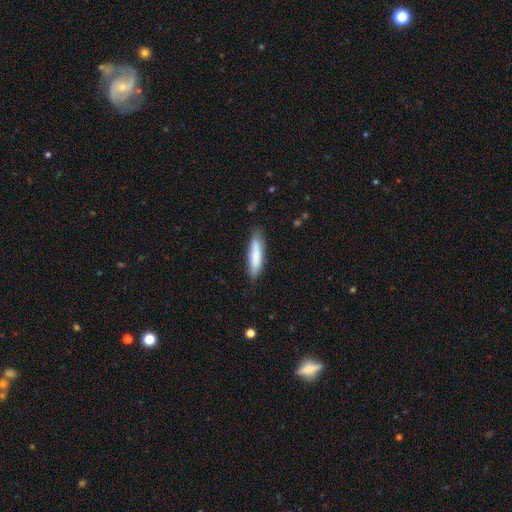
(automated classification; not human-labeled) Smooth or featured?
  - smooth: 80% *
  - featured or disk: 14%
  - star or artifact: 6%
How rounded?
  - cigar-shaped: 77% *
  - in between: 21%
  - round: 1%
Merging?
  - none: 81% *
  - minor disturbance: 14%
  - major disturbance: 3%
  - merger: 1%